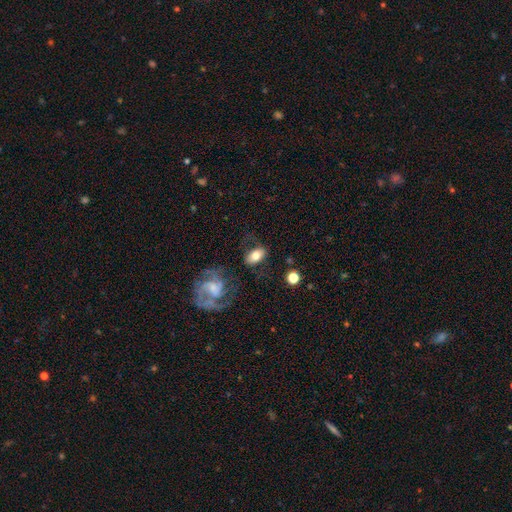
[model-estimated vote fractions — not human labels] Overall: smooth (67%). How rounded: in between (87%). Merging: none (68%).